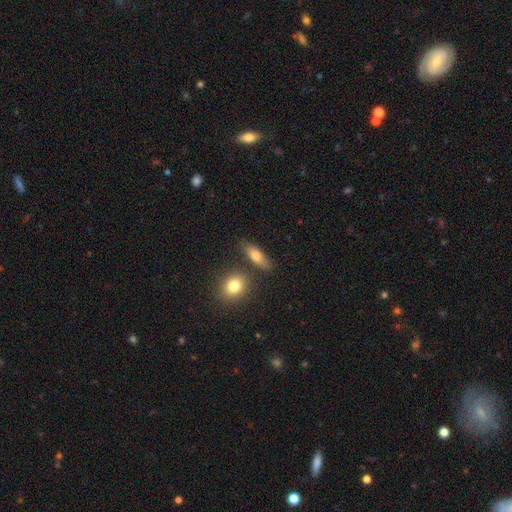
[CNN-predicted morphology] Smooth or featured?
  - smooth: 74% *
  - featured or disk: 17%
  - star or artifact: 8%
How rounded?
  - in between: 59% *
  - cigar-shaped: 32%
  - round: 9%
Merging?
  - none: 75% *
  - minor disturbance: 12%
  - merger: 9%
  - major disturbance: 4%